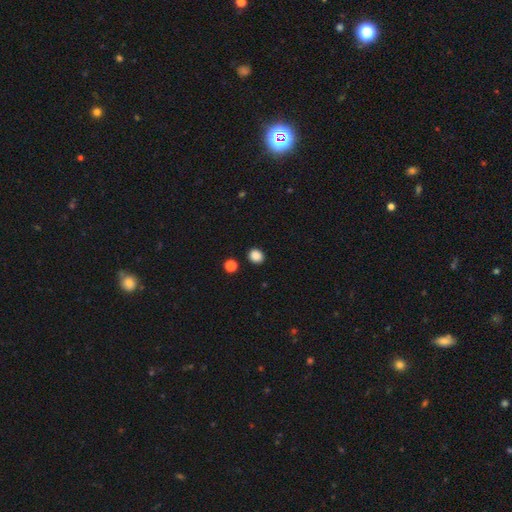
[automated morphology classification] smooth_or_featured: smooth (p=0.87) [alt: star or artifact p=0.10]
how_rounded: round (p=0.71) [alt: in between p=0.28]
merging: none (p=0.89) [alt: minor disturbance p=0.07]